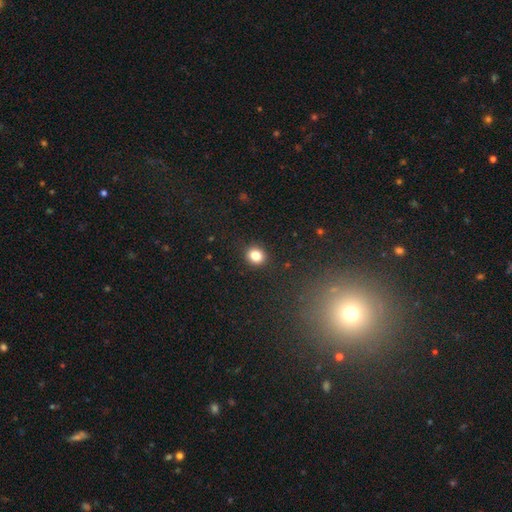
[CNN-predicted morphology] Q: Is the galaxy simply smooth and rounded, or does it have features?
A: smooth — 83%.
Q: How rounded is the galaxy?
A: round — 78%.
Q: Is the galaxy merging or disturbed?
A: none — 91%.